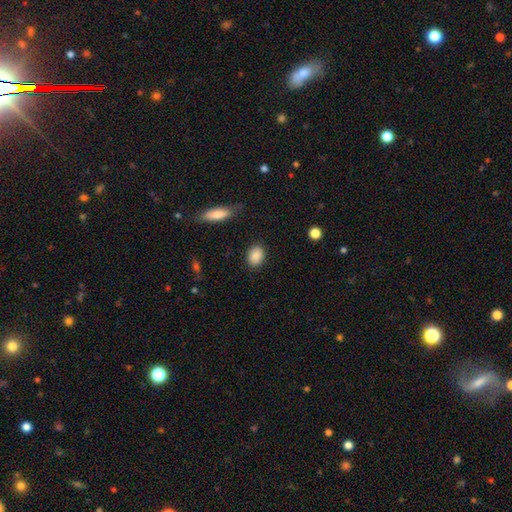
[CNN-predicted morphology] Smooth or featured?
  - smooth: 88% *
  - star or artifact: 7%
  - featured or disk: 4%
How rounded?
  - in between: 69% *
  - round: 29%
  - cigar-shaped: 2%
Merging?
  - none: 88% *
  - minor disturbance: 9%
  - major disturbance: 3%
  - merger: 1%